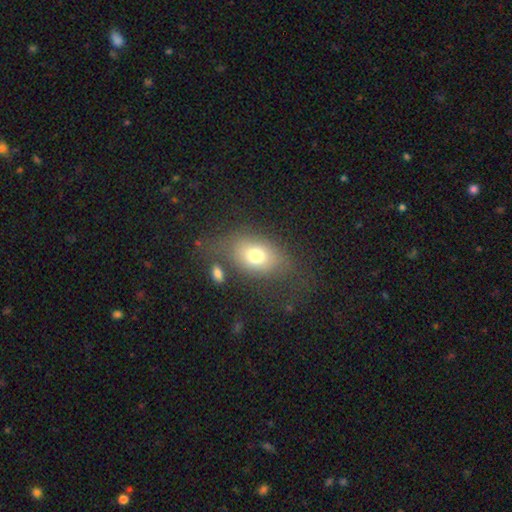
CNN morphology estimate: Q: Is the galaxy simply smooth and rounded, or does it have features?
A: smooth — 72%.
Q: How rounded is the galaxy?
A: in between — 73%.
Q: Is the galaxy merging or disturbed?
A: none — 58%.